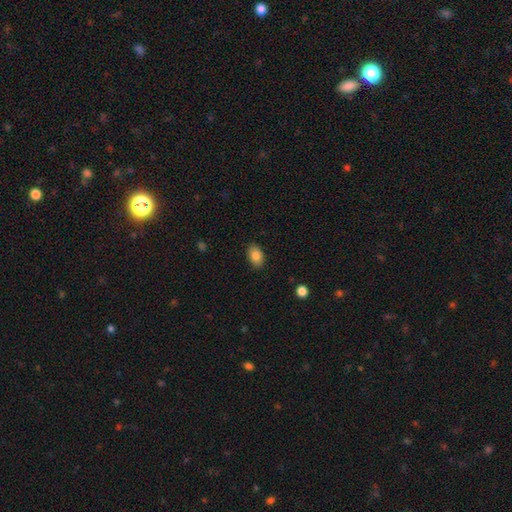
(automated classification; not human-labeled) Q: Smooth or featured?
A: smooth (85%); runner-up: star or artifact (8%)
Q: How rounded?
A: in between (88%); runner-up: round (11%)
Q: Merging?
A: none (87%); runner-up: minor disturbance (10%)